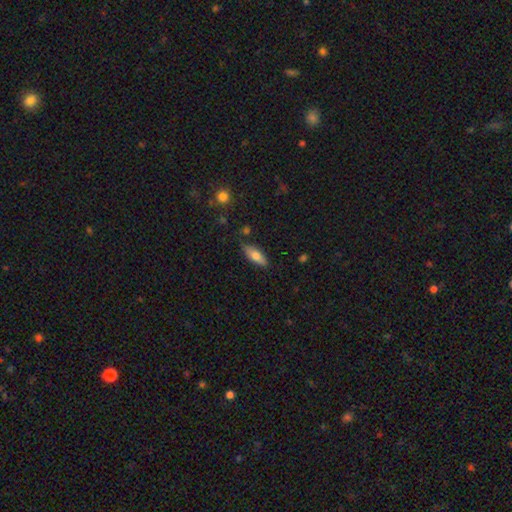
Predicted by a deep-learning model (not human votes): Q: Smooth or featured?
A: smooth (73%); runner-up: featured or disk (20%)
Q: How rounded?
A: in between (68%); runner-up: cigar-shaped (29%)
Q: Merging?
A: none (77%); runner-up: minor disturbance (17%)